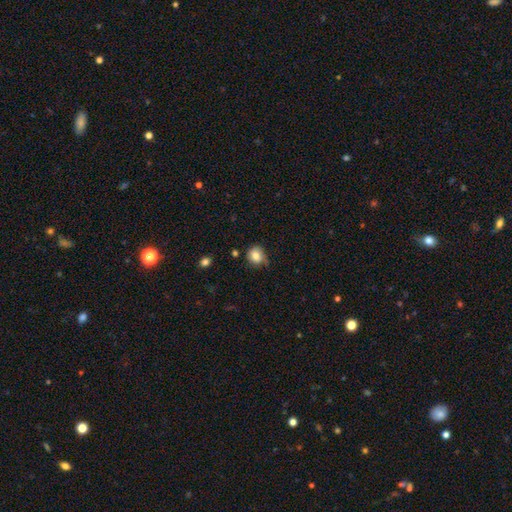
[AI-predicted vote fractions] The model was most divided on "merging": none: 59%, minor disturbance: 30%, major disturbance: 8%, merger: 3%. More confident: smooth or featured — smooth (80%); how rounded — round (75%).